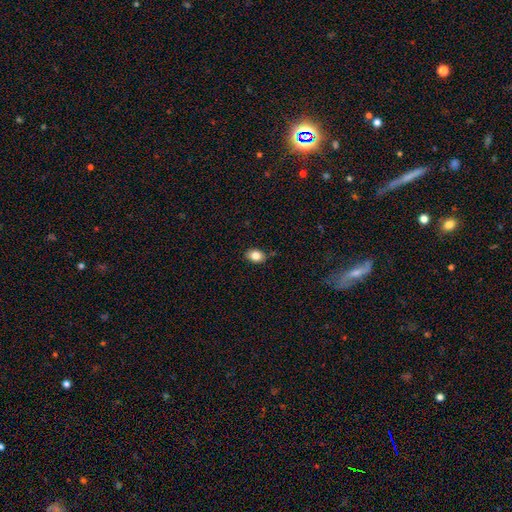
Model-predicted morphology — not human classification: This is clearly a smooth galaxy (82%). How rounded: likely in between (75%). Merging: likely none (80%).